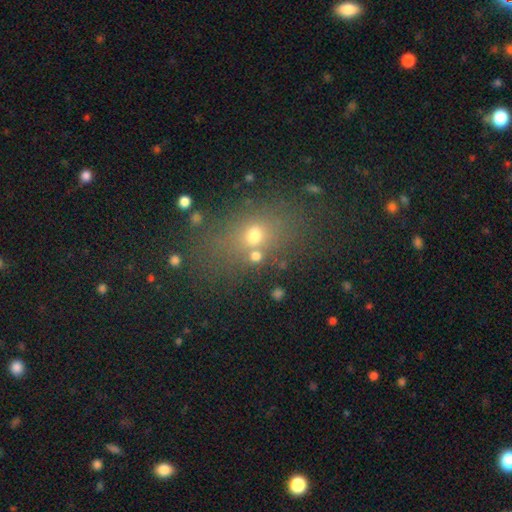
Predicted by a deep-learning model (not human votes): This appears to be a smooth galaxy with no disk features (63%) that is in between round and cigar-shaped (58%). Merging: none (63%).